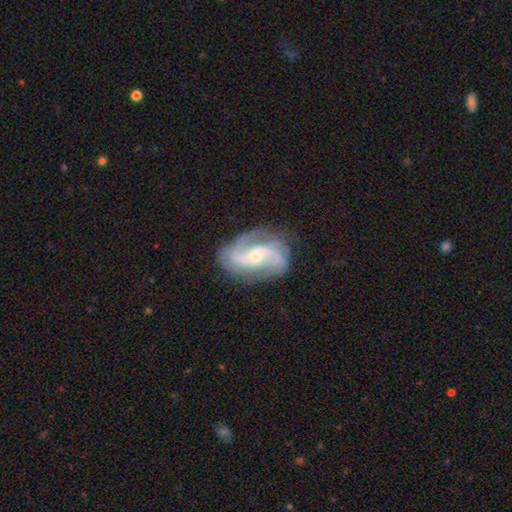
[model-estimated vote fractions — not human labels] Smooth or featured? Predicted: featured or disk (p=0.89). Edge-on disk? Predicted: no (p=0.97). Bar? Predicted: weak (p=0.41, tied with no). Spiral arms? Predicted: yes (p=0.97). Spiral winding? Predicted: medium (p=0.52). Spiral arm count? Predicted: 2 (p=0.69). Bulge size? Predicted: small (p=0.53). Merging? Predicted: none (p=0.74).